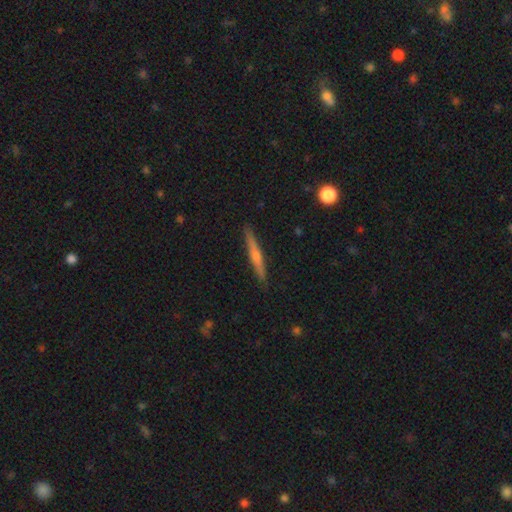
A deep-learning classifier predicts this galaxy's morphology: A featured or disk galaxy (54%) viewed edge-on (97%) with a rounded central bulge (66%). Merging: none (91%).